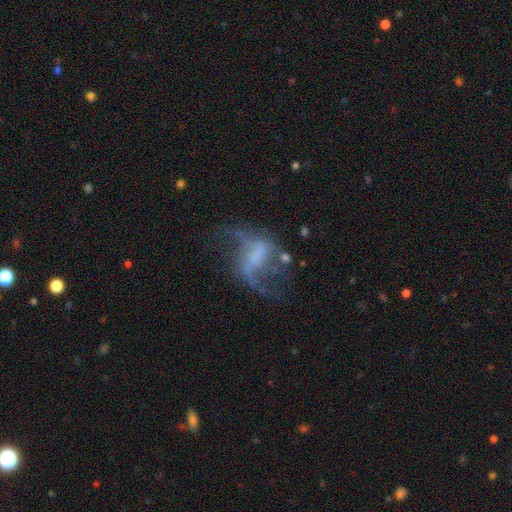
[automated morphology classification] Overall: featured or disk (76%). Edge-on disk: no (97%). Bar: no (40%, tied with weak). Spiral arms: yes (81%). Spiral arm count: 2 (76%). Spiral winding: loose (78%). Bulge size: none (57%; small 21%). Merging: none (45%; major disturbance 32%).